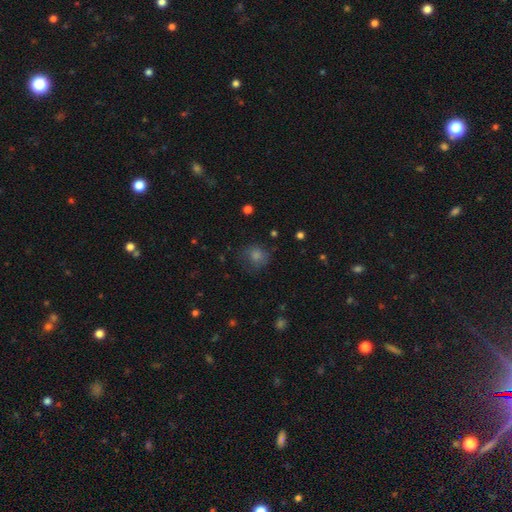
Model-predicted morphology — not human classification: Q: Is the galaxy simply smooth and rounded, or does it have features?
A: smooth — 64%.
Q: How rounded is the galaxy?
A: round — 83%.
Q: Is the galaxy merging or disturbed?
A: none — 72%.